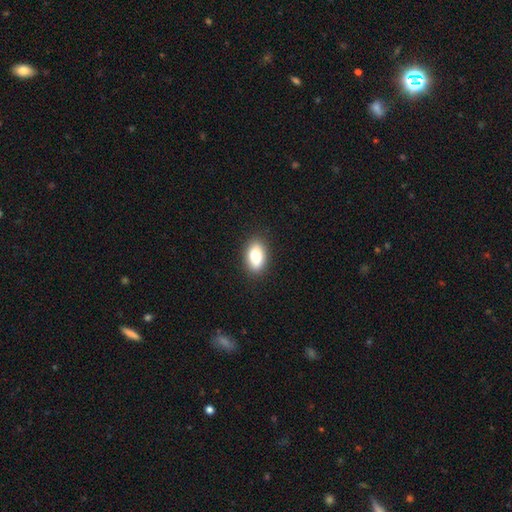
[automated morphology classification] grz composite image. It shows a smooth galaxy with no disk features (80%) that is in between round and cigar-shaped (88%). Merging: none (88%).